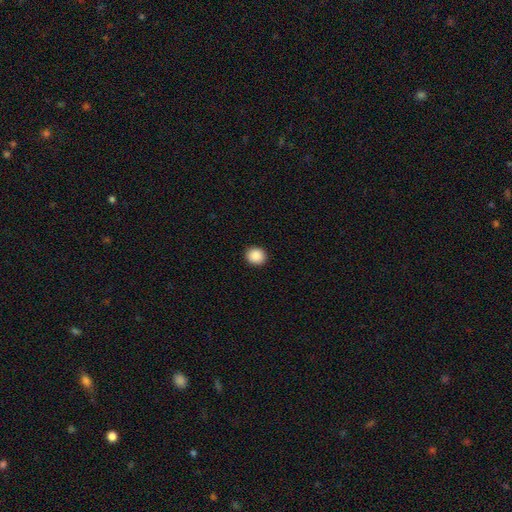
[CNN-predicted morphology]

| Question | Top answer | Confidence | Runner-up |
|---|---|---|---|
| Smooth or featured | smooth | 89% | star or artifact (8%) |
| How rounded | round | 83% | in between (16%) |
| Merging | none | 92% | minor disturbance (5%) |